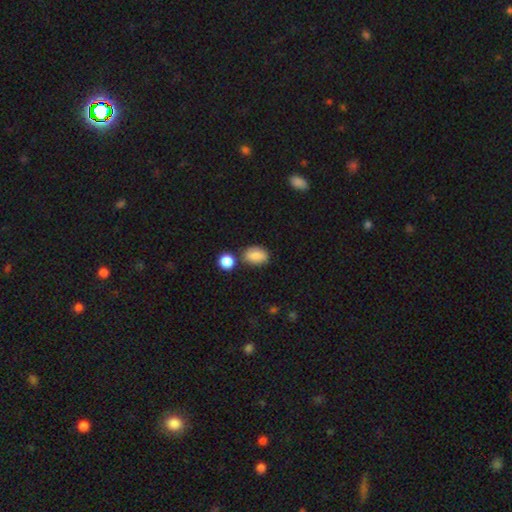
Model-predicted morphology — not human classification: This is clearly a smooth galaxy (85%). How rounded: clearly in between (82%). Merging: likely none (68%).